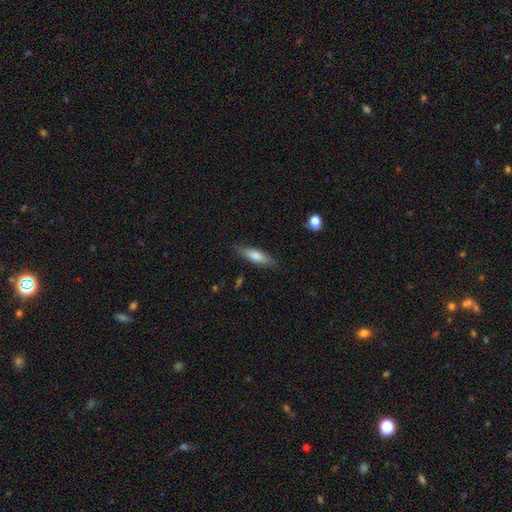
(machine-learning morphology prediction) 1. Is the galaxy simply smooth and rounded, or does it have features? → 68% smooth, 26% featured or disk, 7% star or artifact.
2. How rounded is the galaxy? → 58% cigar-shaped, 40% in between, 2% round.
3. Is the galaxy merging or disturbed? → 84% none, 12% minor disturbance, 3% major disturbance, 1% merger.